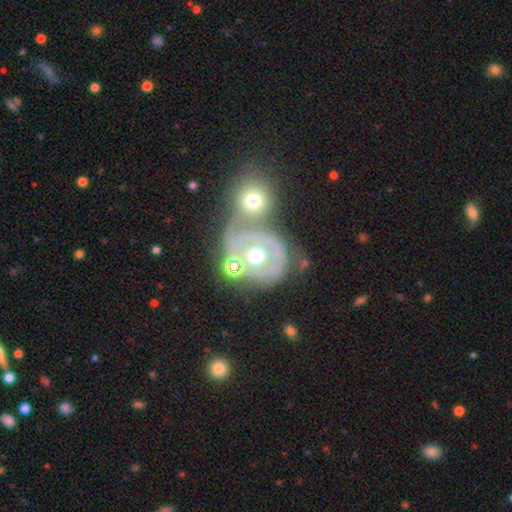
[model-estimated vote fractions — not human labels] A featured or disk galaxy (72%) with no bar (81%), spiral arms (53%) and a moderate central bulge (68%).

Vote fractions:
- Smooth or featured? featured or disk: 72% / smooth: 20% / star or artifact: 9%
- Edge-on disk? no: 96% / yes: 4%
- Bar? no: 81% / weak: 14% / strong: 5%
- Spiral arms? yes: 53% / no: 47%
- Bulge size? moderate: 68% / large: 20% / small: 7% / dominant: 3% / none: 2%
- Merging? none: 43% / merger: 31% / minor disturbance: 15% / major disturbance: 11%